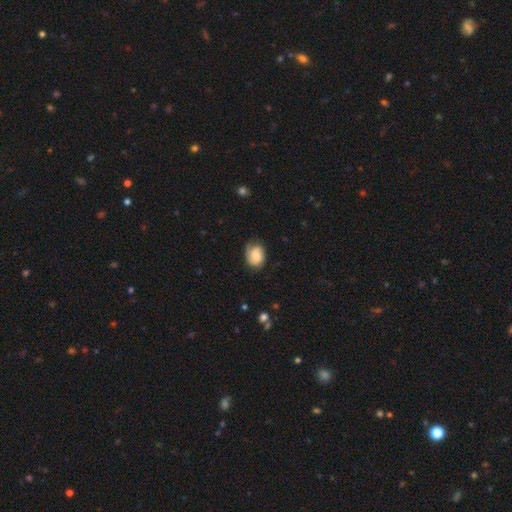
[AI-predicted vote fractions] featured or disk 47%, smooth 46%, star or artifact 8%. Down the decision tree: merging — none (67%).